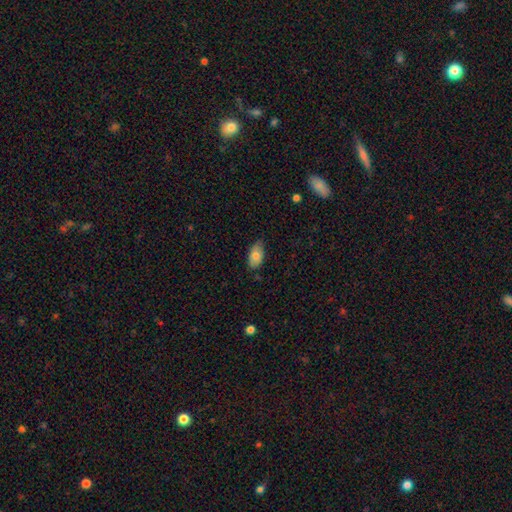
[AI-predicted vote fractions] Morphology: type=smooth (75%); roundness=in between (93%); merging=none (75%).